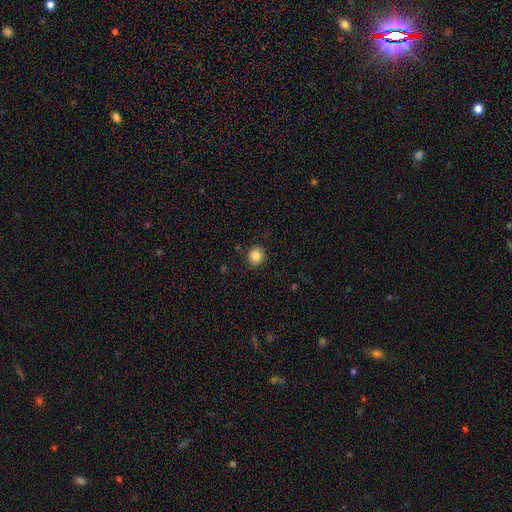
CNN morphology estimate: Overall: smooth (85%). How rounded: round (88%). Merging: none (89%).